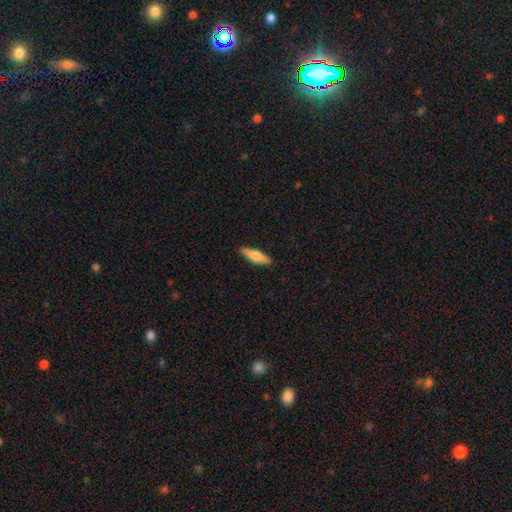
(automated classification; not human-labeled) Smooth or featured? smooth (63%)
How rounded? cigar-shaped (61%)
Merging? none (89%)